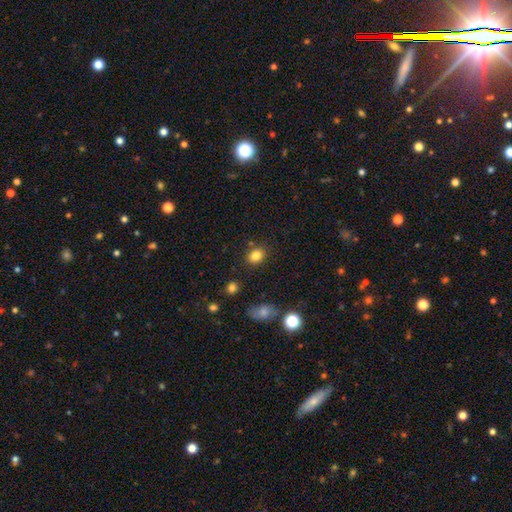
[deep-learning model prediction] Smooth or featured?
  - smooth: 83% *
  - star or artifact: 11%
  - featured or disk: 6%
How rounded?
  - in between: 57% *
  - round: 42%
  - cigar-shaped: 1%
Merging?
  - none: 80% *
  - minor disturbance: 11%
  - merger: 5%
  - major disturbance: 3%